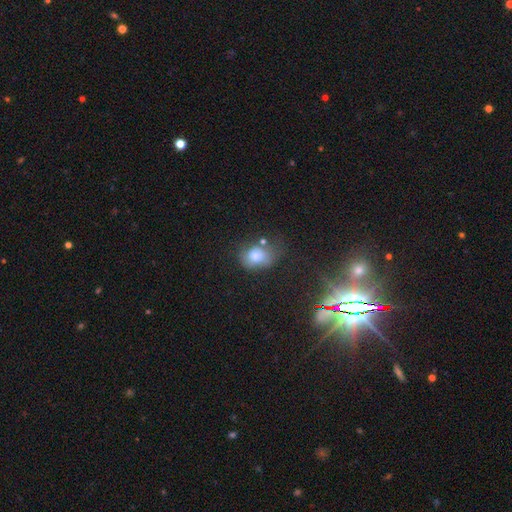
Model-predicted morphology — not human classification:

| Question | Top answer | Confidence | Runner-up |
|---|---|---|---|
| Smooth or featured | smooth | 73% | featured or disk (14%) |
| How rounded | in between | 58% | round (41%) |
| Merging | none | 38% | minor disturbance (30%) |